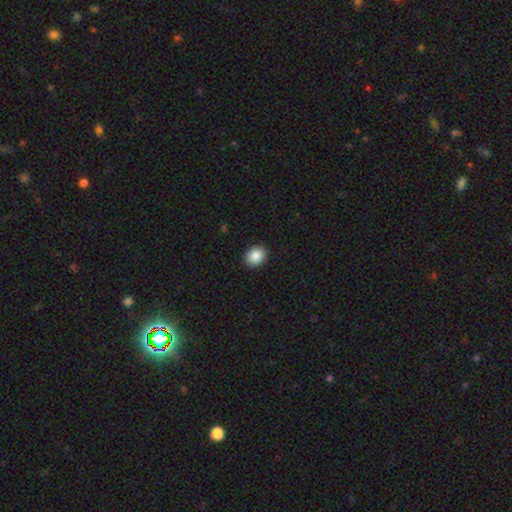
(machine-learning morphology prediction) This is clearly a smooth galaxy (87%). How rounded: possibly in between (52%). Merging: clearly none (91%).